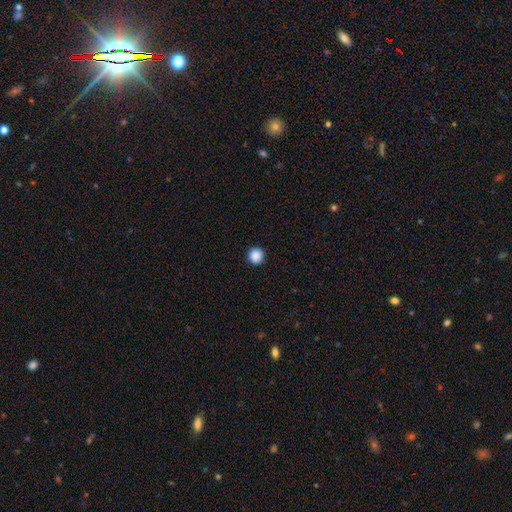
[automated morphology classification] Q: Smooth or featured?
A: smooth (89%); runner-up: star or artifact (9%)
Q: How rounded?
A: round (95%); runner-up: in between (4%)
Q: Merging?
A: none (93%); runner-up: minor disturbance (5%)